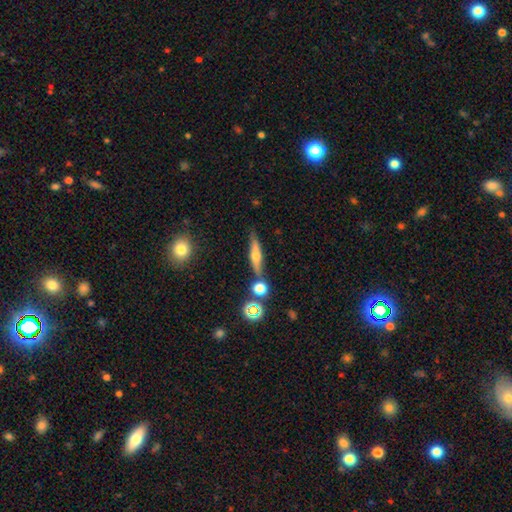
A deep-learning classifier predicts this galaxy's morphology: featured or disk 49%, smooth 40%, star or artifact 11%. Down the decision tree: merging — none (74%).